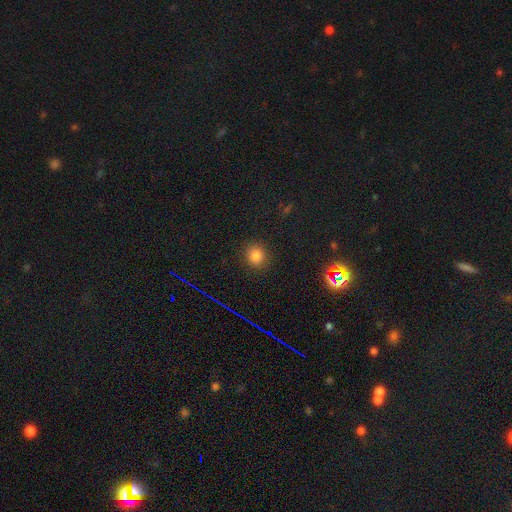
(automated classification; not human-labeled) Morphology: type=smooth (78%); roundness=round (85%); merging=none (90%).